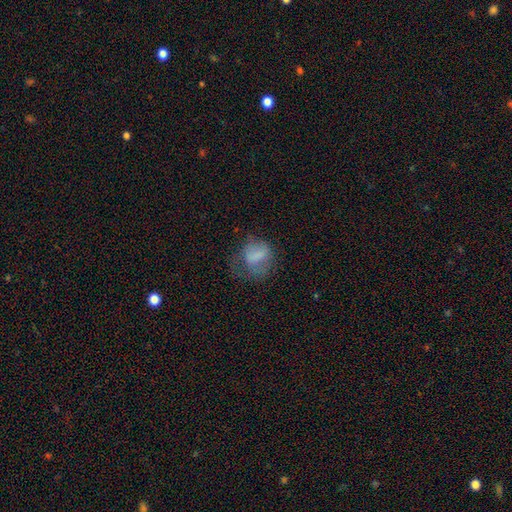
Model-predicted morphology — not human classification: Smooth or featured: smooth — 65% (featured or disk — 23%)
How rounded: in between — 49% (tied with round — 49%)
Merging: major disturbance — 36% (none — 35%)